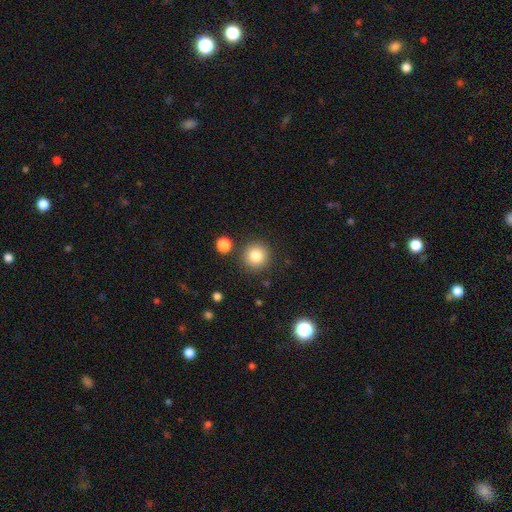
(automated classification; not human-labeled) Q: Smooth or featured?
A: smooth (83%); runner-up: star or artifact (10%)
Q: How rounded?
A: round (94%); runner-up: in between (5%)
Q: Merging?
A: none (87%); runner-up: minor disturbance (7%)